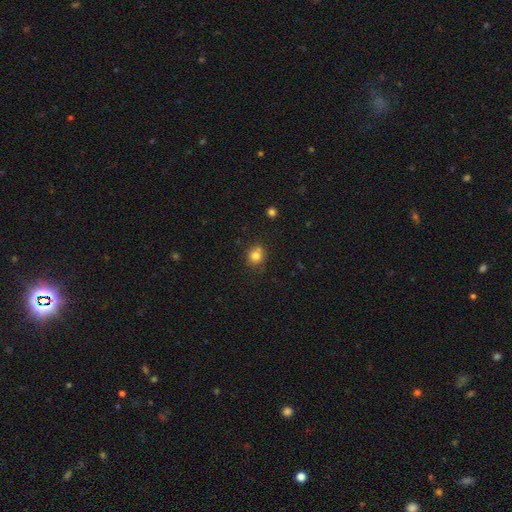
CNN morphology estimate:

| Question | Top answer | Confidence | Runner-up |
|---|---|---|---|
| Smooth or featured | smooth | 79% | star or artifact (12%) |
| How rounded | round | 85% | in between (15%) |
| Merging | none | 64% | merger (20%) |